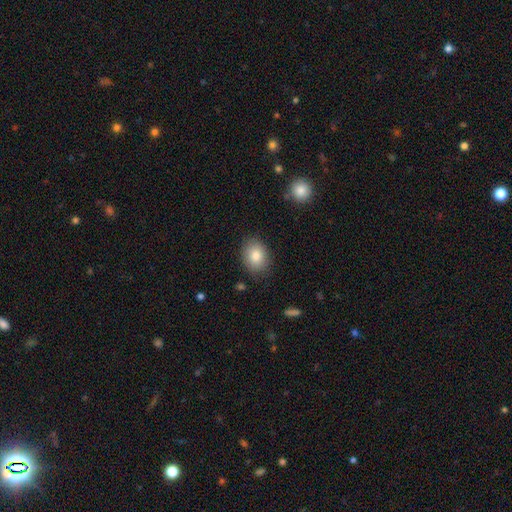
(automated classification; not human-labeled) Smooth or featured? smooth (84%)
How rounded? in between (62%)
Merging? none (84%)